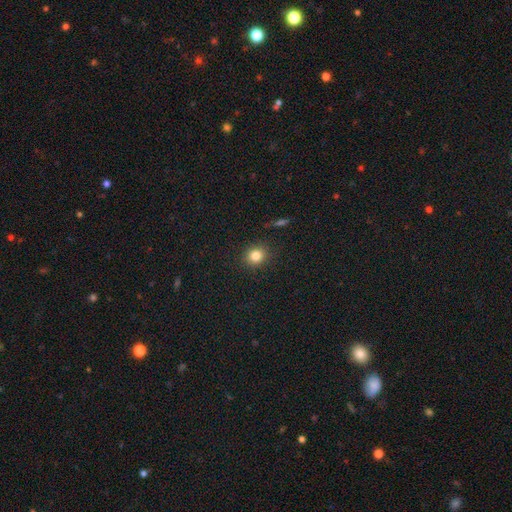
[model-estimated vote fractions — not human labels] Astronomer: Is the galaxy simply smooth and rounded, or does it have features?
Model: smooth — 82%.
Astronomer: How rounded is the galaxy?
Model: round — 81%.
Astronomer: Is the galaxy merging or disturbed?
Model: none — 89%.